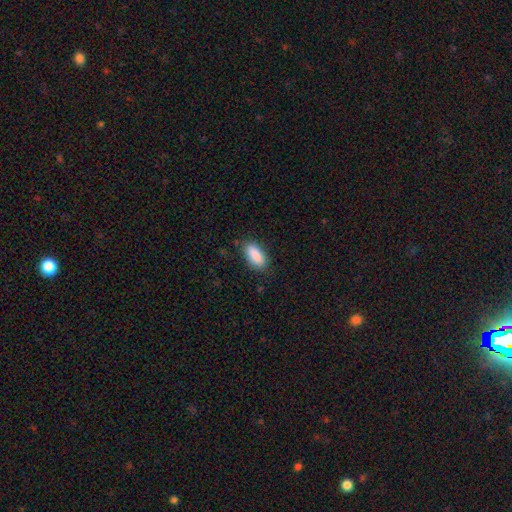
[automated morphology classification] Q: Smooth or featured?
A: smooth (89%); runner-up: star or artifact (7%)
Q: How rounded?
A: in between (84%); runner-up: cigar-shaped (14%)
Q: Merging?
A: none (84%); runner-up: minor disturbance (12%)